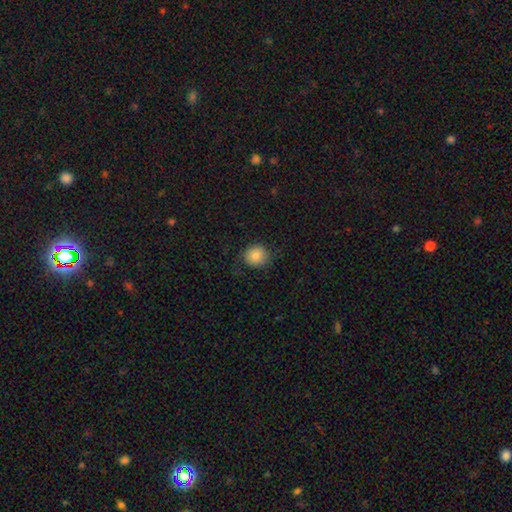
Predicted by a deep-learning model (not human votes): Q: Smooth or featured?
A: smooth (84%); runner-up: star or artifact (9%)
Q: How rounded?
A: round (88%); runner-up: in between (11%)
Q: Merging?
A: none (79%); runner-up: minor disturbance (15%)